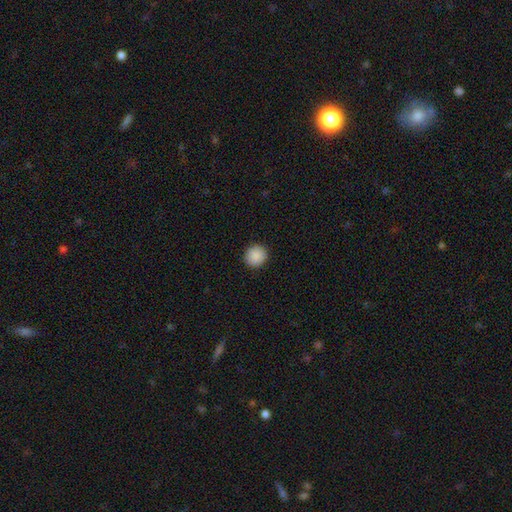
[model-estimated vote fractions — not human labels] Smooth or featured: smooth — 89% (star or artifact — 8%)
How rounded: round — 92% (in between — 7%)
Merging: none — 92% (minor disturbance — 5%)